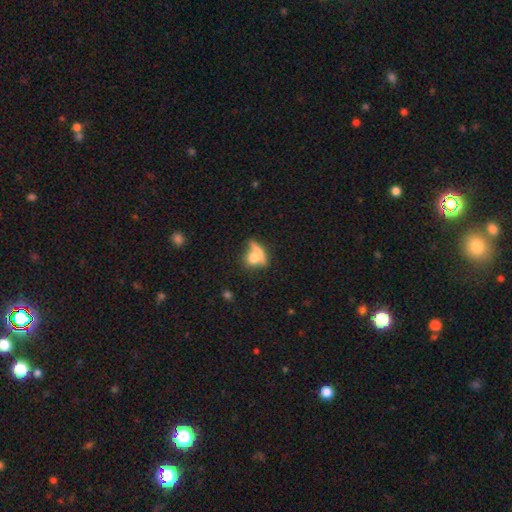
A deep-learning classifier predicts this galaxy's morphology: smooth 65%, featured or disk 26%, star or artifact 9%. Down the decision tree: how rounded — in between (42%); merging — merger (54%).